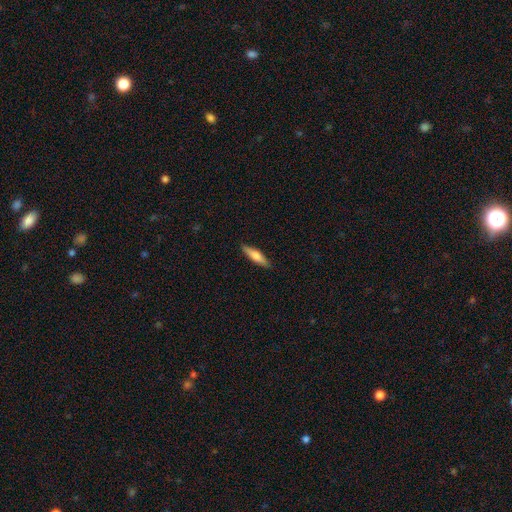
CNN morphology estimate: Smooth or featured?
  - smooth: 62% *
  - featured or disk: 32%
  - star or artifact: 6%
How rounded?
  - cigar-shaped: 75% *
  - in between: 23%
  - round: 2%
Merging?
  - none: 89% *
  - minor disturbance: 8%
  - major disturbance: 2%
  - merger: 1%